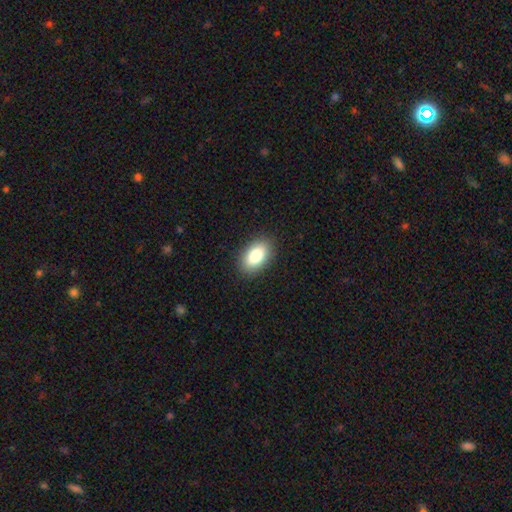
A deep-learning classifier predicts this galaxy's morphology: smooth_or_featured: smooth (p=0.84) [alt: featured or disk p=0.09]
how_rounded: in between (p=0.92) [alt: round p=0.06]
merging: none (p=0.89) [alt: minor disturbance p=0.08]